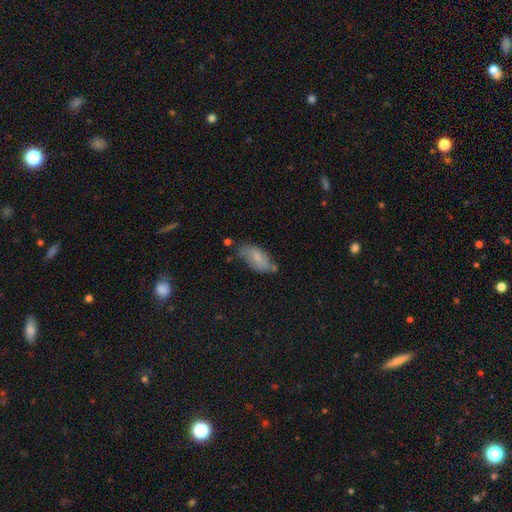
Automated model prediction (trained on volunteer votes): smooth 52%, featured or disk 34%, star or artifact 14%. Down the decision tree: how rounded — in between (86%); merging — none (63%).